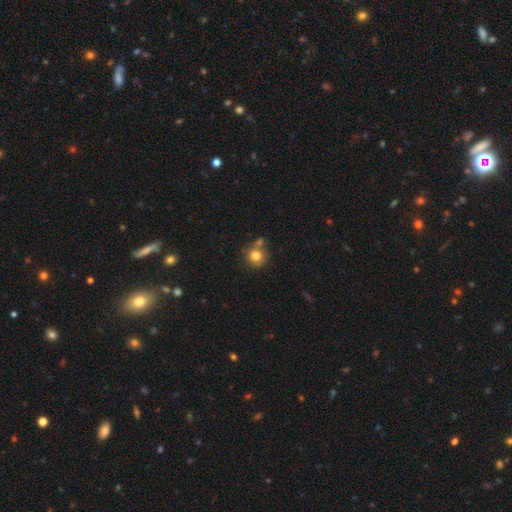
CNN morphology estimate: type=smooth (81%); roundness=round (91%); merging=none (63%).